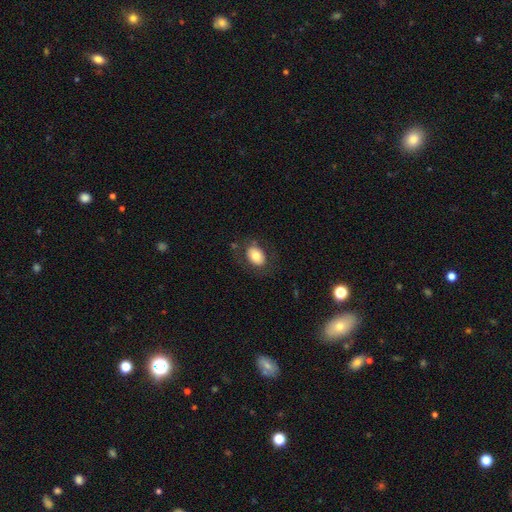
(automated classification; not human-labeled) Smooth or featured? Predicted: smooth (p=0.74). How rounded? Predicted: in between (p=0.76). Merging? Predicted: none (p=0.77).